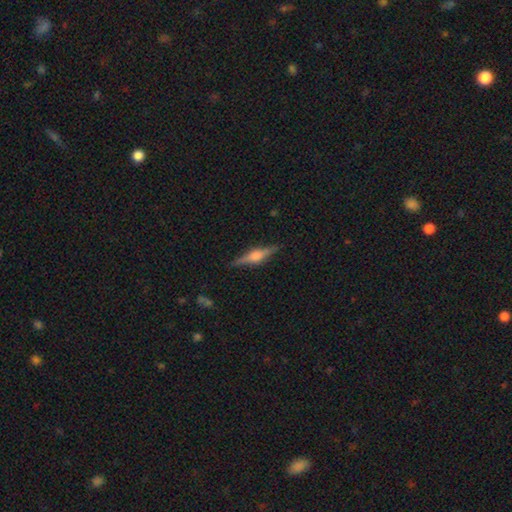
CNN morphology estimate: A featured or disk galaxy (76%) viewed edge-on (98%) with a rounded central bulge (88%).

Vote fractions:
- Smooth or featured? featured or disk: 76% / smooth: 17% / star or artifact: 7%
- Edge-on disk? yes: 98% / no: 2%
- Edge-on bulge? rounded: 88% / boxy: 9% / none: 2%
- Merging? none: 89% / minor disturbance: 8% / major disturbance: 2% / merger: 1%